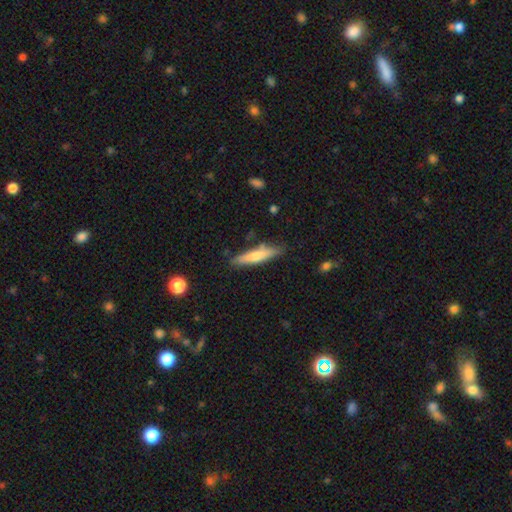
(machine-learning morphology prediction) This appears to be a smooth galaxy with no disk features (66%) that is cigar-shaped (84%). Merging: none (78%).